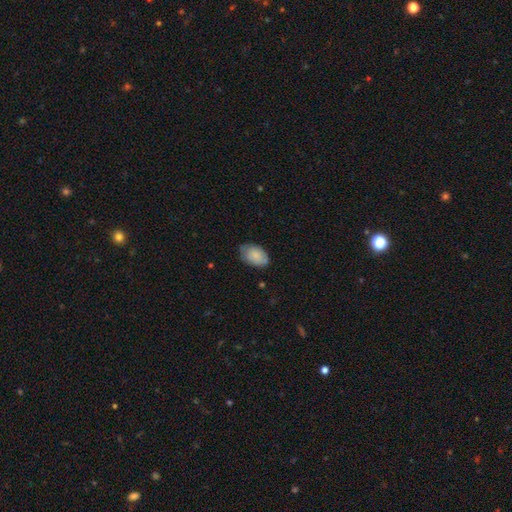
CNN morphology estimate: Q: Smooth or featured?
A: smooth (82%); runner-up: featured or disk (12%)
Q: How rounded?
A: in between (90%); runner-up: round (9%)
Q: Merging?
A: none (69%); runner-up: minor disturbance (25%)